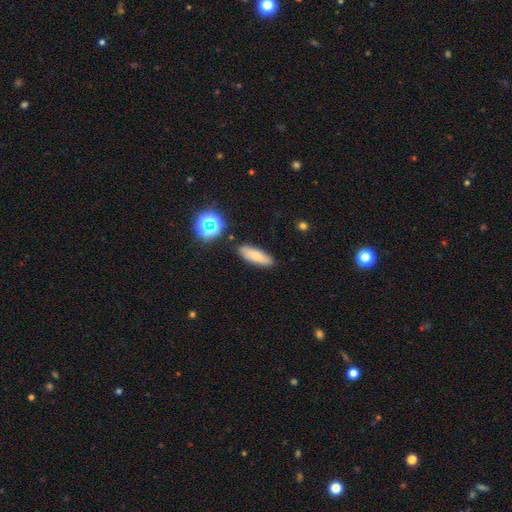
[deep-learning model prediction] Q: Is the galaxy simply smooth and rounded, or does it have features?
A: smooth — 73%.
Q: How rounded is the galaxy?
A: in between — 57%.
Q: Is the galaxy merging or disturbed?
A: none — 85%.